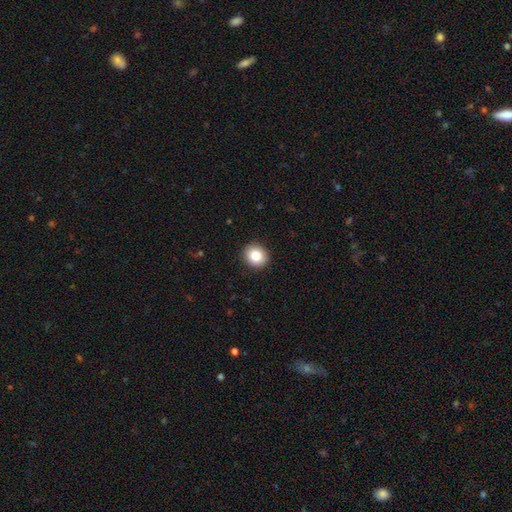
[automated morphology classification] A smooth galaxy with no disk features (84%) that is round (81%).

Vote fractions:
- Smooth or featured? smooth: 84% / star or artifact: 9% / featured or disk: 6%
- How rounded? round: 81% / in between: 18% / cigar-shaped: 1%
- Merging? none: 92% / minor disturbance: 6% / major disturbance: 2% / merger: 1%